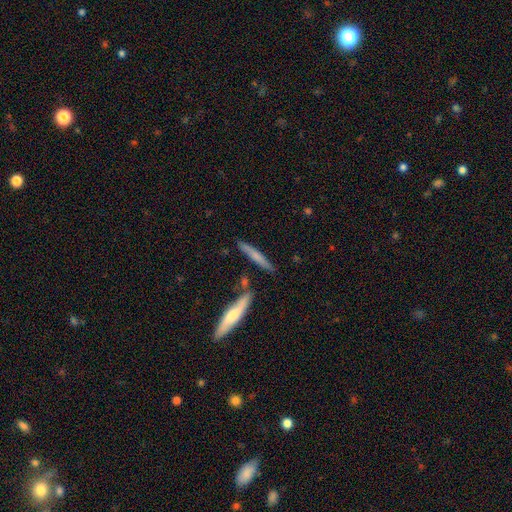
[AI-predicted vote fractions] The model was most divided on "smooth or featured": smooth: 54%, featured or disk: 40%, star or artifact: 6%. More confident: how rounded — cigar-shaped (93%); merging — none (78%).